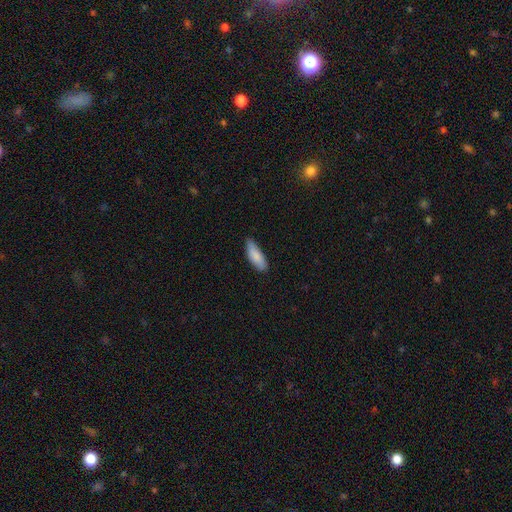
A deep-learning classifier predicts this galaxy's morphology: This is clearly a smooth galaxy (86%). How rounded: likely in between (62%). Merging: likely none (77%).